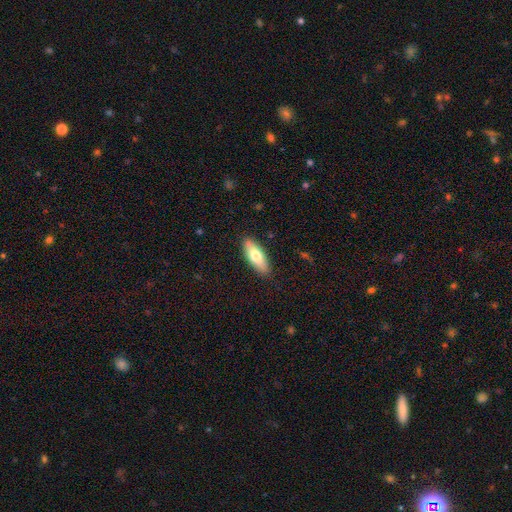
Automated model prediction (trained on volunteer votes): Q: Smooth or featured?
A: smooth (72%); runner-up: featured or disk (22%)
Q: How rounded?
A: in between (68%); runner-up: cigar-shaped (30%)
Q: Merging?
A: none (87%); runner-up: minor disturbance (10%)